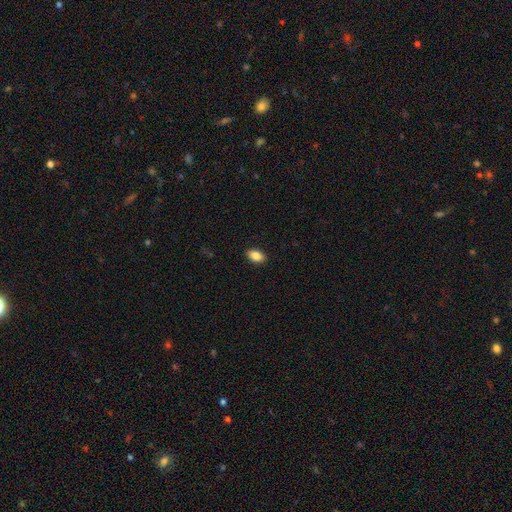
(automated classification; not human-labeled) A smooth galaxy with no disk features (87%) that is in between round and cigar-shaped (90%). Merging: none (90%).